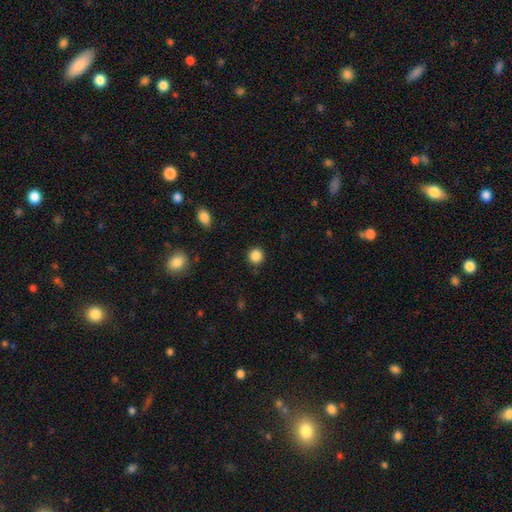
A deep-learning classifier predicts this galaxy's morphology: This is clearly a smooth galaxy (86%). How rounded: clearly round (94%). Merging: clearly none (90%).